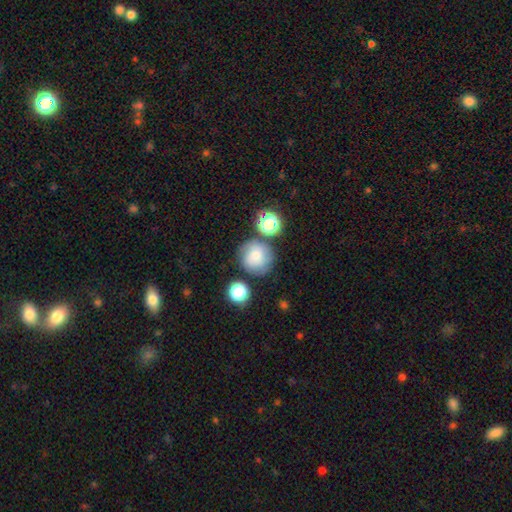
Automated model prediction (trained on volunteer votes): Morphology: type=smooth (55%); roundness=round (86%); merging=none (68%).